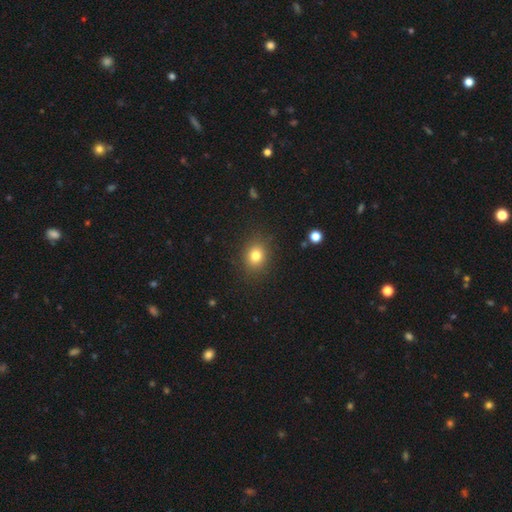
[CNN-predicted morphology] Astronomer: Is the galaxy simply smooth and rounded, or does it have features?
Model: smooth — 80%.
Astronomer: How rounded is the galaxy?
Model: round — 63%.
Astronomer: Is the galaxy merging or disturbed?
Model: none — 87%.